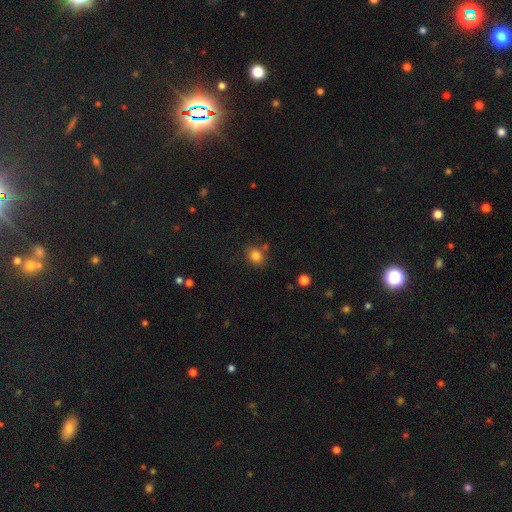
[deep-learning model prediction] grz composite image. It shows a smooth galaxy with no disk features (80%) that is round (69%). Merging: none (77%).